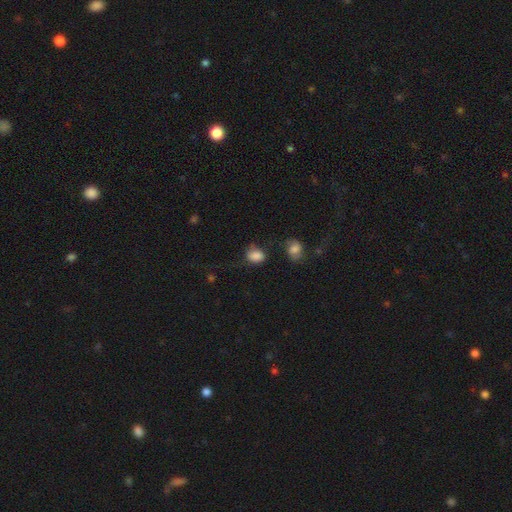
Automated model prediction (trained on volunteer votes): Smooth or featured: smooth — 82% (star or artifact — 10%)
How rounded: in between — 60% (round — 39%)
Merging: none — 50% (minor disturbance — 29%)